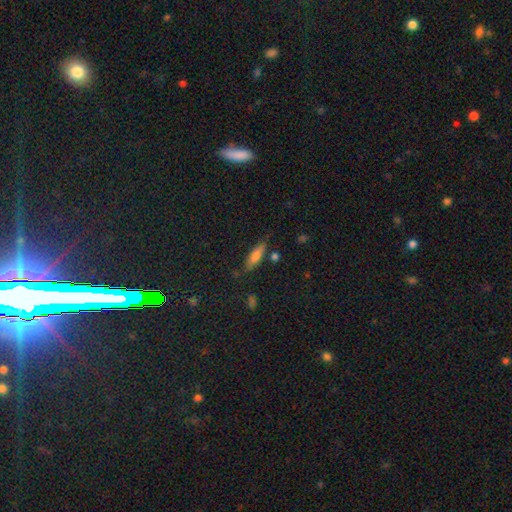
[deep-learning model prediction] This is likely a smooth galaxy (72%). How rounded: possibly cigar-shaped (52%). Merging: likely none (75%).